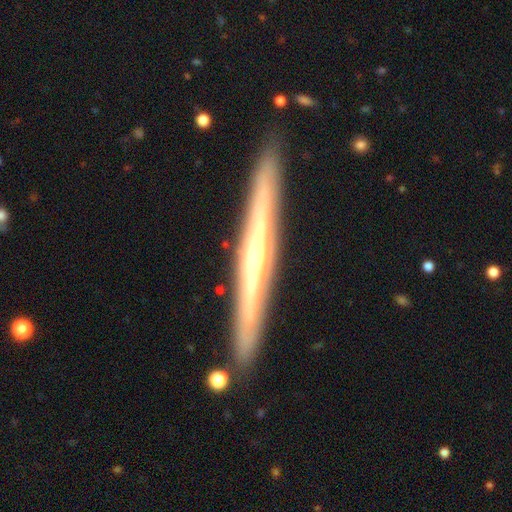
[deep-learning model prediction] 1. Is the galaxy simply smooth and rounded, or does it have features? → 78% featured or disk, 16% smooth, 5% star or artifact.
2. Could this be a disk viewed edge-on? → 97% yes, 3% no.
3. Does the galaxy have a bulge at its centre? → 75% rounded, 20% none, 4% boxy.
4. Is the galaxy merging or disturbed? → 90% none, 7% minor disturbance, 2% merger, 1% major disturbance.